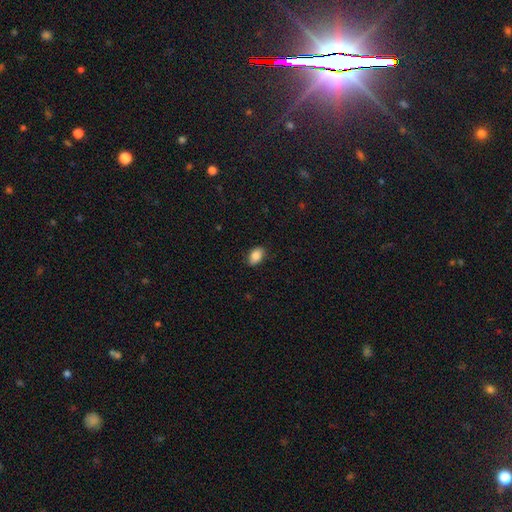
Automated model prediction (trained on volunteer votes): Smooth or featured?
  - smooth: 86% *
  - star or artifact: 8%
  - featured or disk: 6%
How rounded?
  - in between: 89% *
  - round: 9%
  - cigar-shaped: 2%
Merging?
  - none: 86% *
  - minor disturbance: 11%
  - major disturbance: 2%
  - merger: 1%